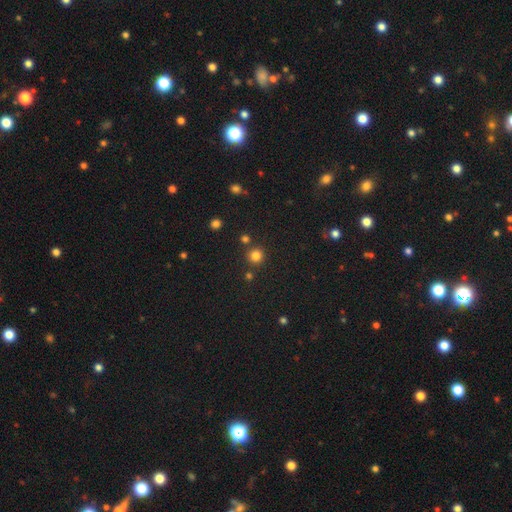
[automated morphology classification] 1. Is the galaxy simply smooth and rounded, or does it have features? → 80% smooth, 16% star or artifact, 4% featured or disk.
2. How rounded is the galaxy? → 94% round, 5% in between, 1% cigar-shaped.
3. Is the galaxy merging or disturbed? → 84% none, 8% merger, 6% minor disturbance, 2% major disturbance.